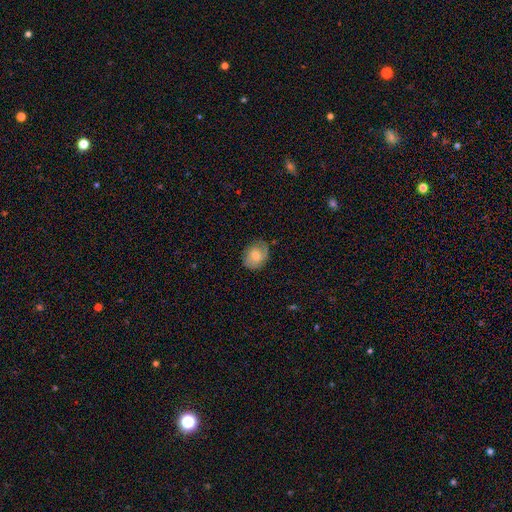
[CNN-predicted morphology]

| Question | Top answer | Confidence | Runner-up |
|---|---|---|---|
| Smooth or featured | smooth | 48% | featured or disk (45%) |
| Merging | none | 72% | minor disturbance (21%) |